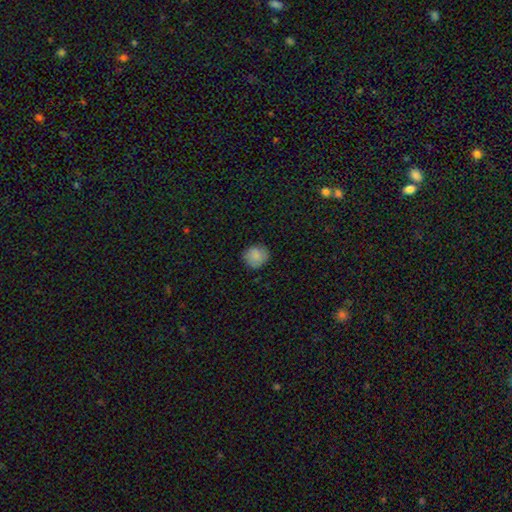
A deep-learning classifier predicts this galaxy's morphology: Smooth or featured: smooth — 85% (star or artifact — 8%)
How rounded: round — 87% (in between — 12%)
Merging: none — 85% (minor disturbance — 12%)